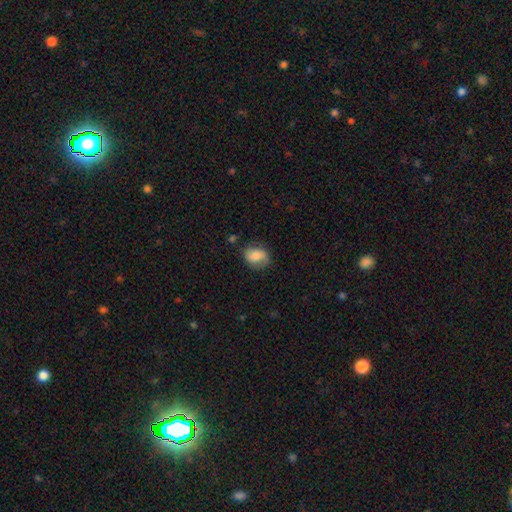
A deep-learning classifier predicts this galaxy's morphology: A smooth galaxy with no disk features (66%) that is in between round and cigar-shaped (60%). Merging: none (65%).